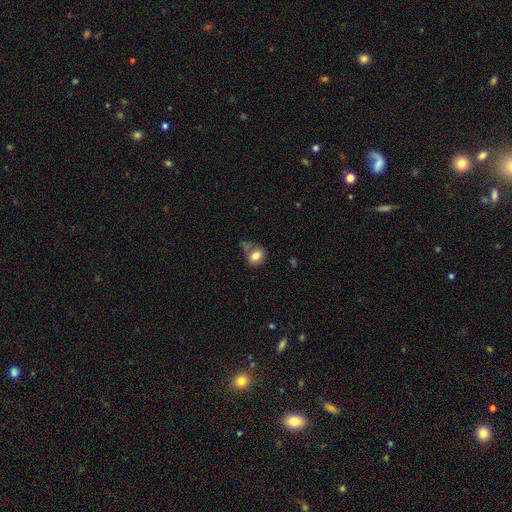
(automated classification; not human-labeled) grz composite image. It shows a smooth galaxy with no disk features (80%) that is round (57%). Merging: none (52%).